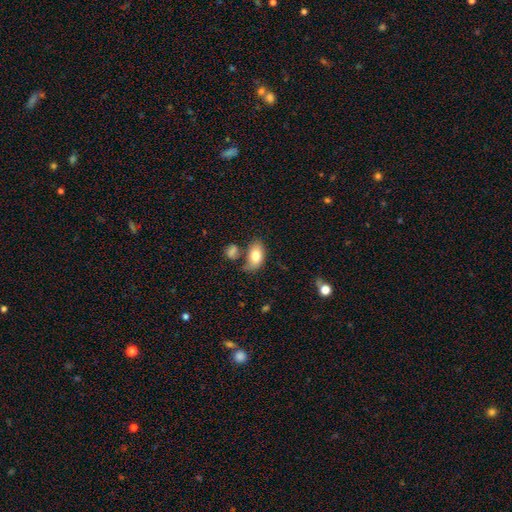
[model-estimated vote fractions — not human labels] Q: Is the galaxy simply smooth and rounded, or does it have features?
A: smooth — 79%.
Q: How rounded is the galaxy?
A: in between — 91%.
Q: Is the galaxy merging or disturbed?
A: none — 59%.